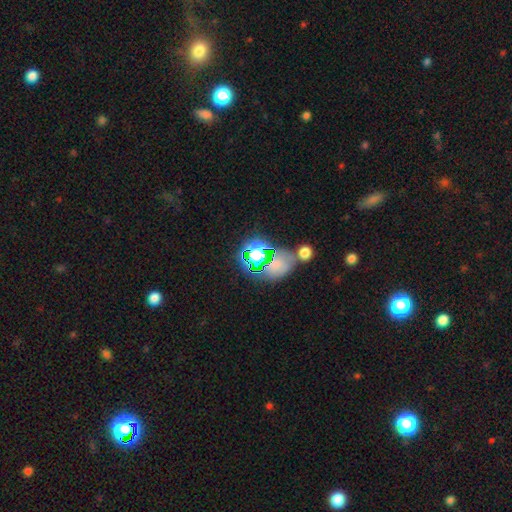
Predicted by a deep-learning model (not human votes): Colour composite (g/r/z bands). It shows a star or artifact, not a galaxy (60%).